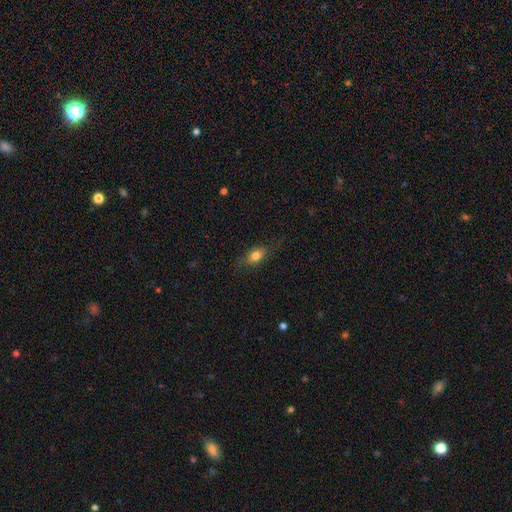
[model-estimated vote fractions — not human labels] Overall: smooth (73%). How rounded: in between (76%). Merging: none (74%).